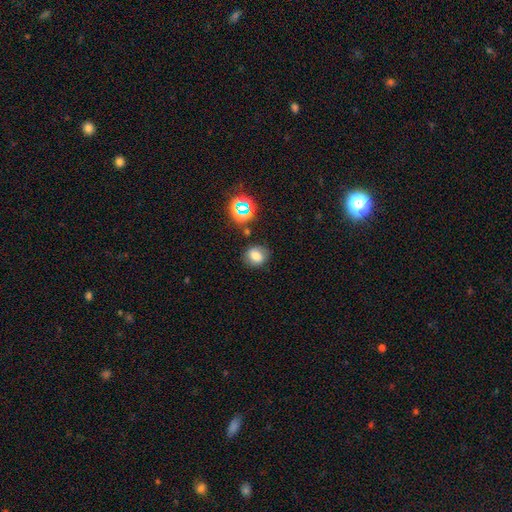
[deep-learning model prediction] smooth-or-featured: smooth: 71% | star or artifact: 16% | featured or disk: 12%
  how-rounded: round: 64% | in between: 35% | cigar-shaped: 1%
  merging: none: 77% | minor disturbance: 14% | merger: 4% | major disturbance: 4%